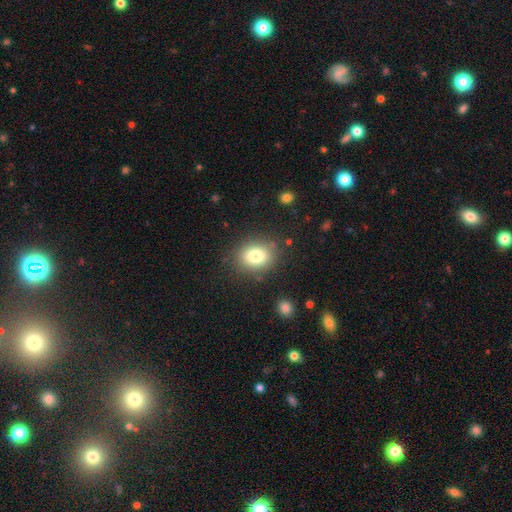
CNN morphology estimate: Smooth or featured: smooth — 80% (star or artifact — 11%)
How rounded: round — 56% (in between — 43%)
Merging: none — 83% (minor disturbance — 10%)